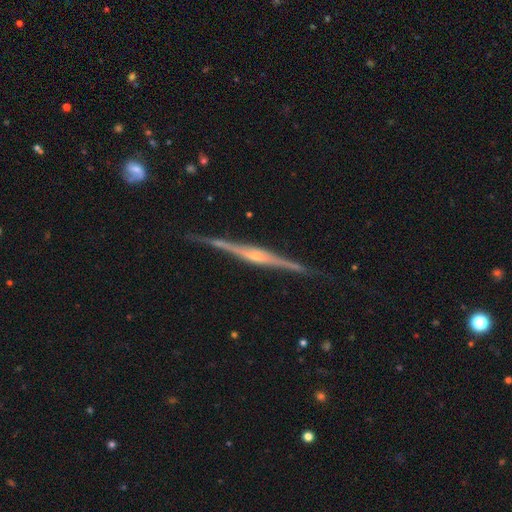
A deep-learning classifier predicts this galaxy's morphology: This appears to be a featured or disk galaxy (88%) viewed edge-on (98%) with a rounded central bulge (72%). Merging: none (86%).